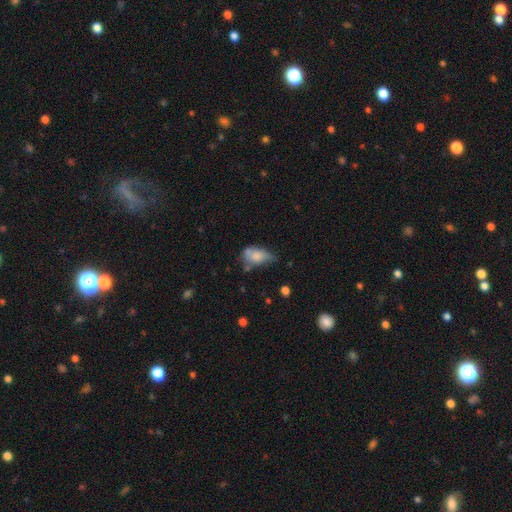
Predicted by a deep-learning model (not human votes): This is likely a smooth galaxy (68%). How rounded: clearly in between (87%). Merging: marginally minor disturbance (36%).